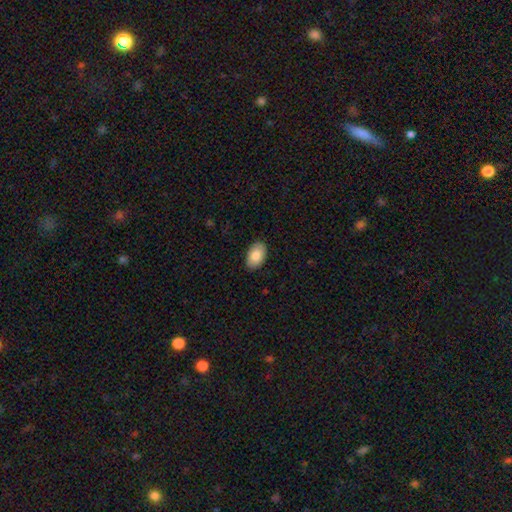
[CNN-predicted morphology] type=smooth (85%); roundness=in between (92%); merging=none (88%).